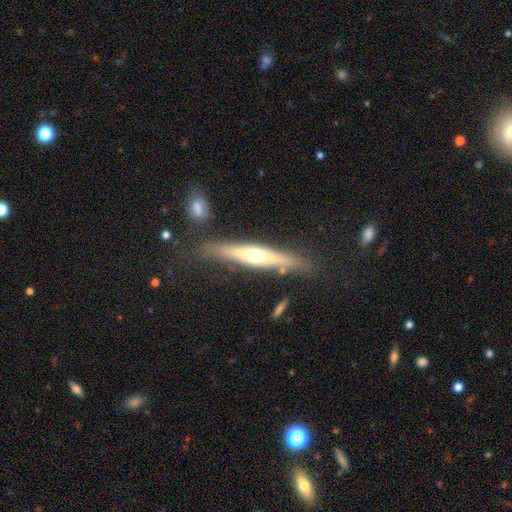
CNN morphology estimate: This is likely a featured or disk galaxy (61%). It is clearly viewed edge-on (91%). Edge-on bulge: clearly rounded (87%). Merging: likely none (78%).